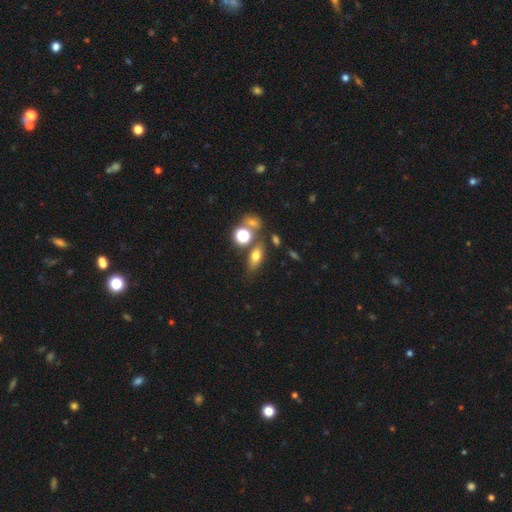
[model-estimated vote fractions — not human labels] smooth-or-featured: smooth: 67% | featured or disk: 18% | star or artifact: 15%
  how-rounded: in between: 68% | round: 19% | cigar-shaped: 13%
  merging: none: 64% | merger: 17% | minor disturbance: 13% | major disturbance: 5%